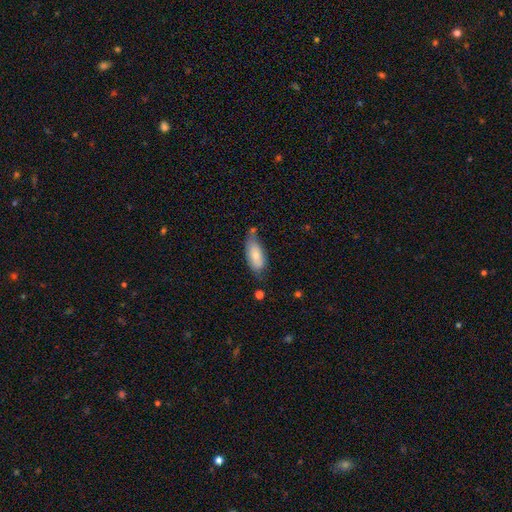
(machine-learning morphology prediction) Smooth or featured? Predicted: smooth (p=0.75). How rounded? Predicted: in between (p=0.84). Merging? Predicted: none (p=0.50).